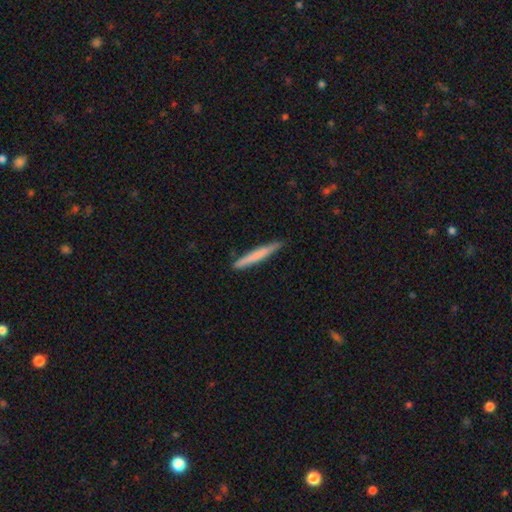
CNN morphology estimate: A smooth galaxy with no disk features (68%) that is cigar-shaped (96%).

Vote fractions:
- Smooth or featured? smooth: 68% / featured or disk: 26% / star or artifact: 5%
- How rounded? cigar-shaped: 96% / in between: 3% / round: 1%
- Merging? none: 88% / minor disturbance: 9% / major disturbance: 2% / merger: 1%